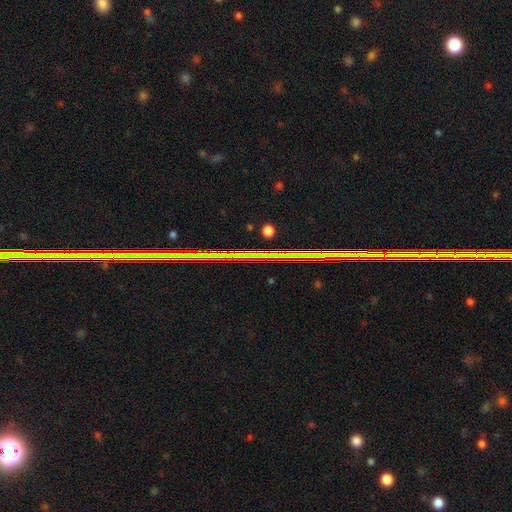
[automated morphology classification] Overall: star or artifact (79%).